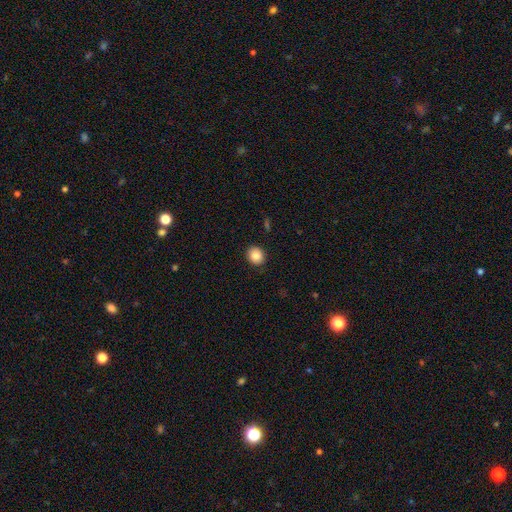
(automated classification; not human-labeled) Morphology: type=smooth (85%); roundness=round (75%); merging=none (89%).